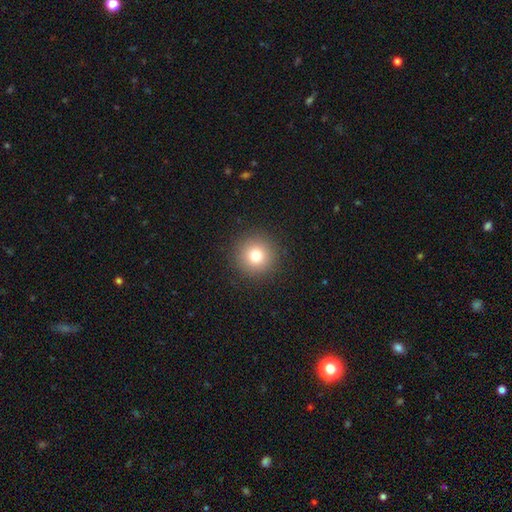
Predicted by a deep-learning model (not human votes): Smooth or featured?
  - smooth: 78% *
  - star or artifact: 13%
  - featured or disk: 9%
How rounded?
  - round: 95% *
  - in between: 4%
  - cigar-shaped: 1%
Merging?
  - none: 91% *
  - minor disturbance: 5%
  - major disturbance: 2%
  - merger: 1%